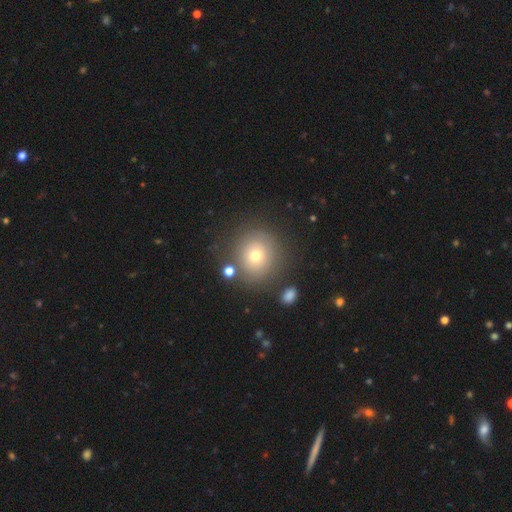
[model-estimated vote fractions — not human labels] Smooth or featured? smooth (65%)
How rounded? round (88%)
Merging? none (80%)